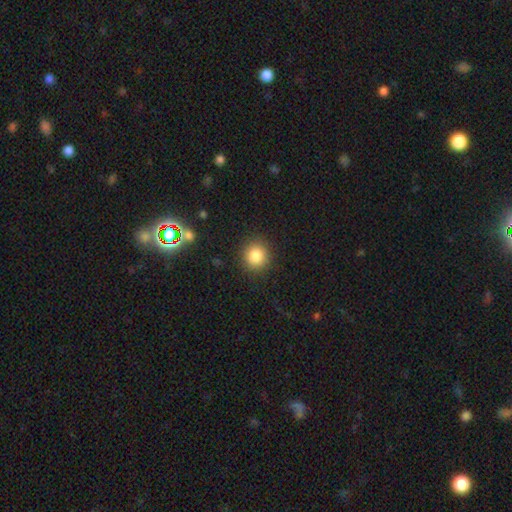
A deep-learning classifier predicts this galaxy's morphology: type=smooth (84%); roundness=round (90%); merging=none (90%).